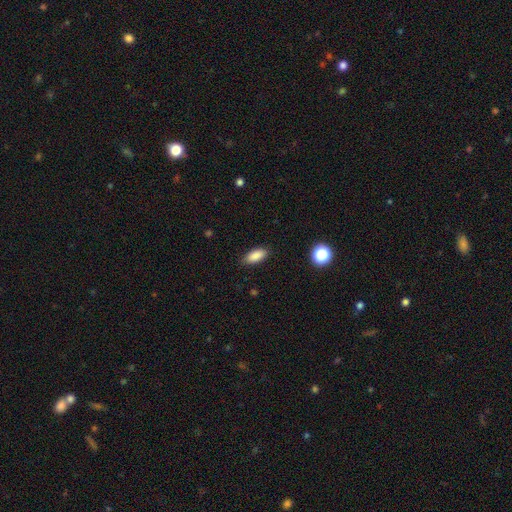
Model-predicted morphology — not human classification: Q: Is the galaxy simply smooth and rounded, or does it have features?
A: smooth — 87%.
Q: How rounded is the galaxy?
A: in between — 86%.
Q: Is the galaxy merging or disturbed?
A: none — 87%.